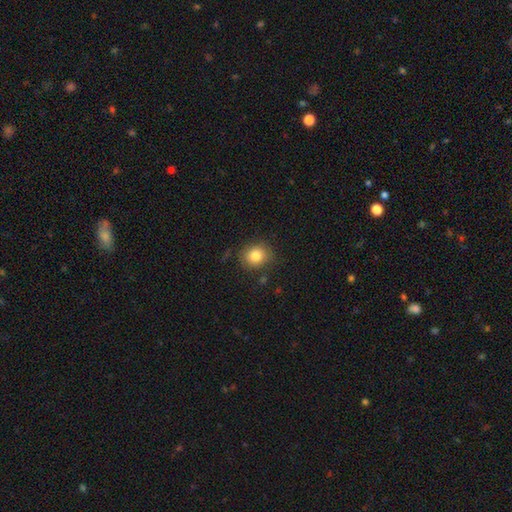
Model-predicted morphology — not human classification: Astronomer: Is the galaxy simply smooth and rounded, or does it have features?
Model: smooth — 81%.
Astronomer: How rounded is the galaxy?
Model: round — 77%.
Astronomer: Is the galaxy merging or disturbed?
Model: none — 82%.